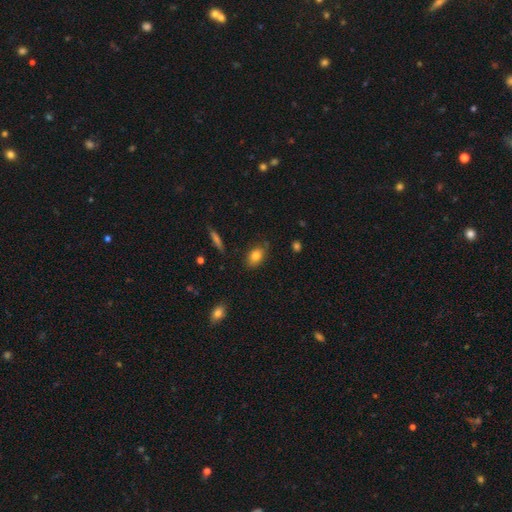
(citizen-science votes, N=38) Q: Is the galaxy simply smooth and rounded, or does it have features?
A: smooth — 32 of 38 (84%).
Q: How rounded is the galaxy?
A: in between — 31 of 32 (97%).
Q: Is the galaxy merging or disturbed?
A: none — 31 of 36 (86%).